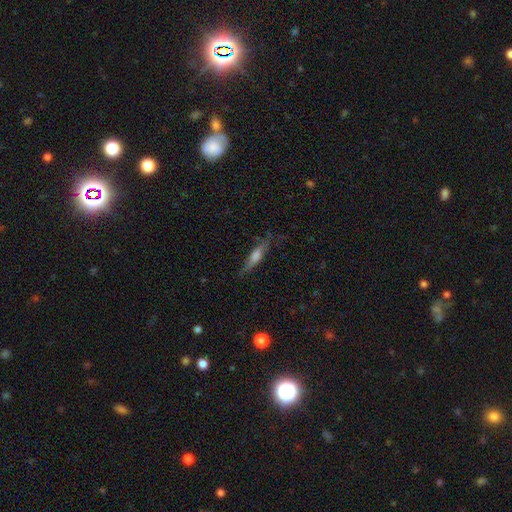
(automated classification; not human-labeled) Morphology: type=featured or disk (57%); edge-on=yes (92%); edge-on bulge=rounded (70%); merging=none (78%).